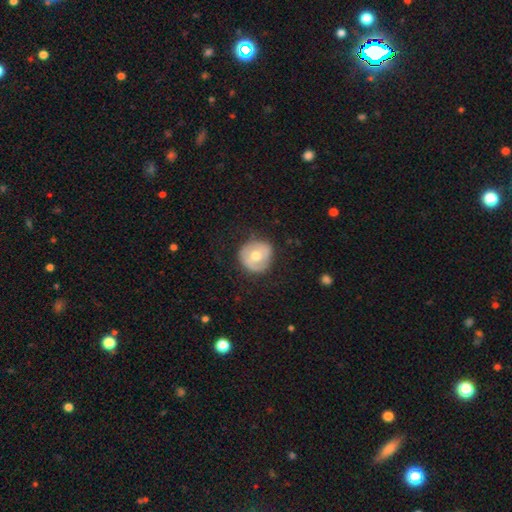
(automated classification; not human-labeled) A smooth galaxy with no disk features (47%).

Vote fractions:
- Smooth or featured? smooth: 47% / featured or disk: 46% / star or artifact: 7%
- Merging? none: 76% / minor disturbance: 18% / major disturbance: 6% / merger: 1%